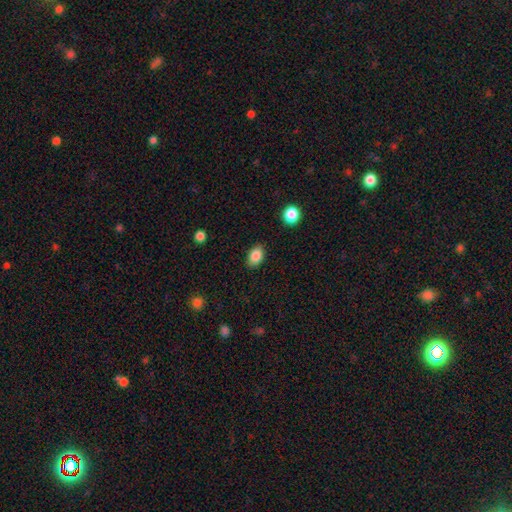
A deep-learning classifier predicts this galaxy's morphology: The model was most divided on "how rounded": in between: 83%, round: 16%, cigar-shaped: 1%. More confident: merging — none (86%); smooth or featured — smooth (86%).